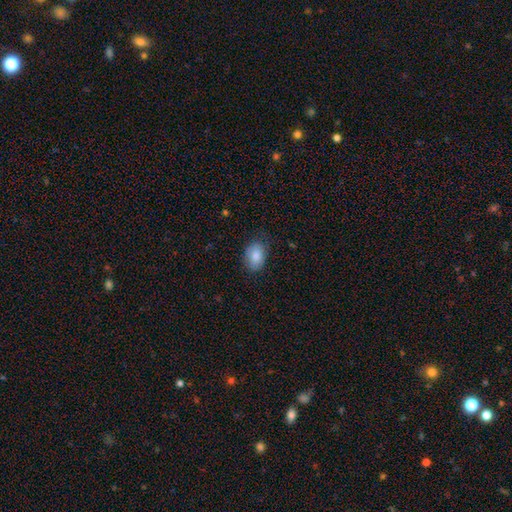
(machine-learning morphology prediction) A smooth galaxy with no disk features (84%) that is in between round and cigar-shaped (81%).

Vote fractions:
- Smooth or featured? smooth: 84% / featured or disk: 9% / star or artifact: 7%
- How rounded? in between: 81% / round: 18% / cigar-shaped: 1%
- Merging? none: 75% / minor disturbance: 19% / major disturbance: 4% / merger: 1%